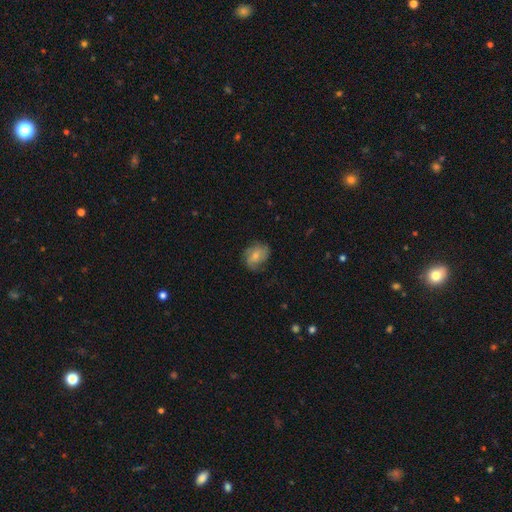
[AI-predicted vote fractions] Smooth or featured: smooth — 46% (tied with featured or disk — 46%)
Merging: none — 65% (minor disturbance — 25%)